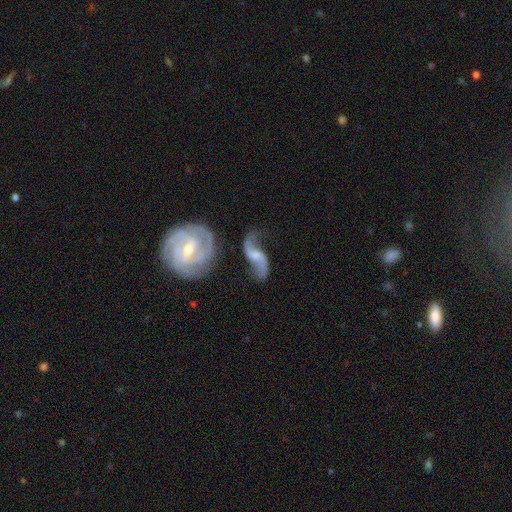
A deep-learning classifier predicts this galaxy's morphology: The model was most divided on "bar": weak: 49%, no: 39%, strong: 13%. Remaining: edge-on disk — no (96%); spiral arms — yes (95%); spiral arm count — 2 (92%); smooth or featured — featured or disk (86%); spiral winding — loose (85%); merging — none (57%); bulge size — small (41%).